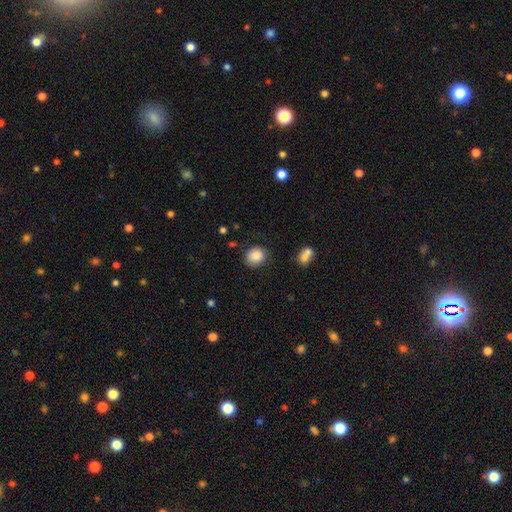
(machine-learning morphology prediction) Smooth or featured? smooth (87%)
How rounded? round (80%)
Merging? none (82%)